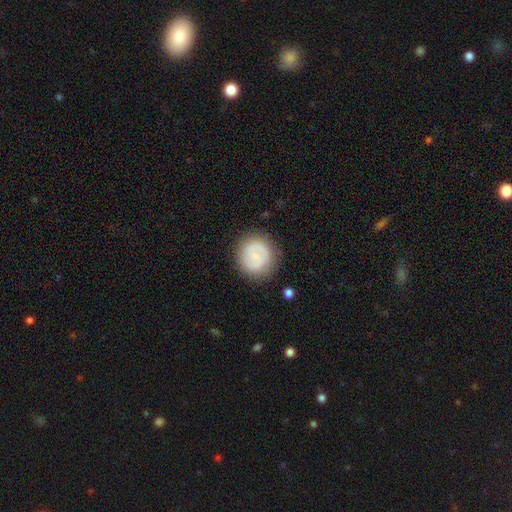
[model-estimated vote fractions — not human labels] Smooth or featured? Predicted: smooth (p=0.60). How rounded? Predicted: round (p=0.87). Merging? Predicted: none (p=0.85).